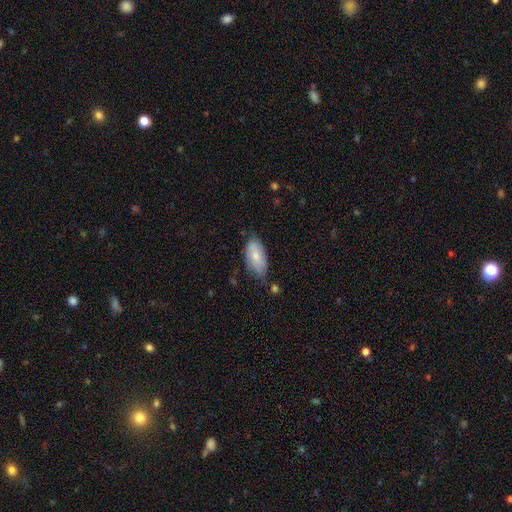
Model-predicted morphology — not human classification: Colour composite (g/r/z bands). It shows a smooth galaxy with no disk features (72%) that is in between round and cigar-shaped (91%). Merging: none (68%).